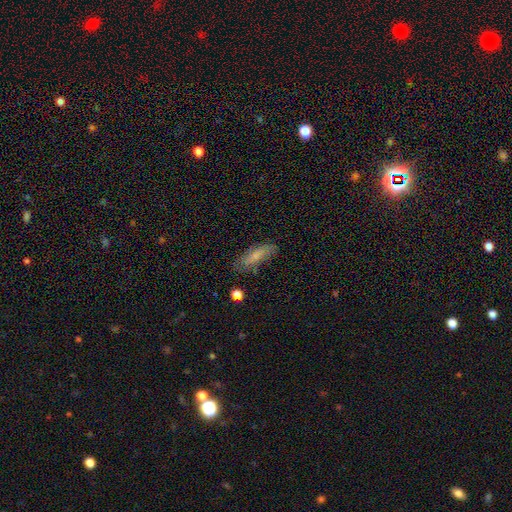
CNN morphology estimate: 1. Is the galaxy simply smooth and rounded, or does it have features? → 68% smooth, 25% featured or disk, 8% star or artifact.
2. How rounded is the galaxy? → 52% cigar-shaped, 46% in between, 2% round.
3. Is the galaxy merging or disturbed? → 76% none, 18% minor disturbance, 4% major disturbance, 2% merger.